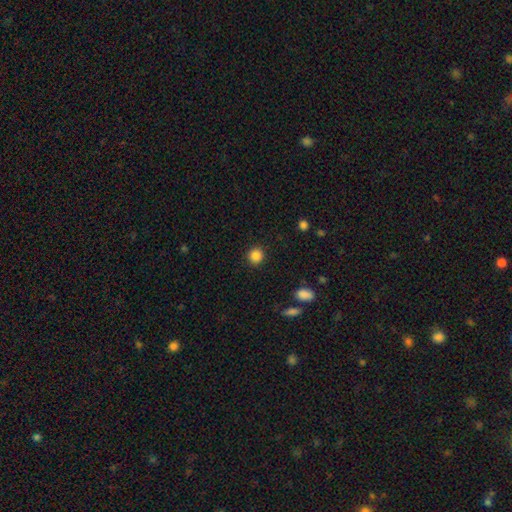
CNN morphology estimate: Q: Smooth or featured?
A: smooth (87%); runner-up: star or artifact (11%)
Q: How rounded?
A: round (92%); runner-up: in between (7%)
Q: Merging?
A: none (91%); runner-up: minor disturbance (6%)